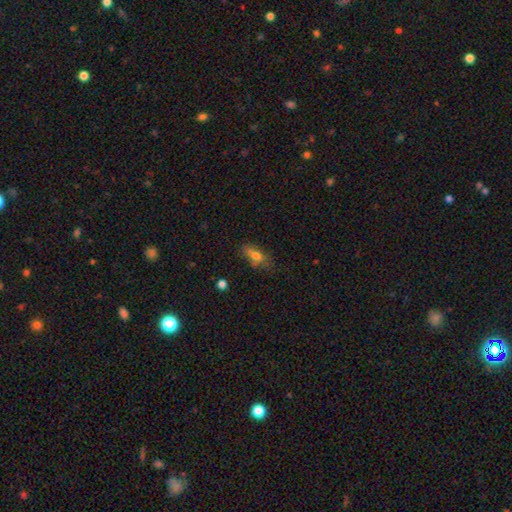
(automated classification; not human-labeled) Smooth or featured: smooth — 68% (featured or disk — 22%)
How rounded: in between — 76% (cigar-shaped — 17%)
Merging: none — 53% (minor disturbance — 28%)